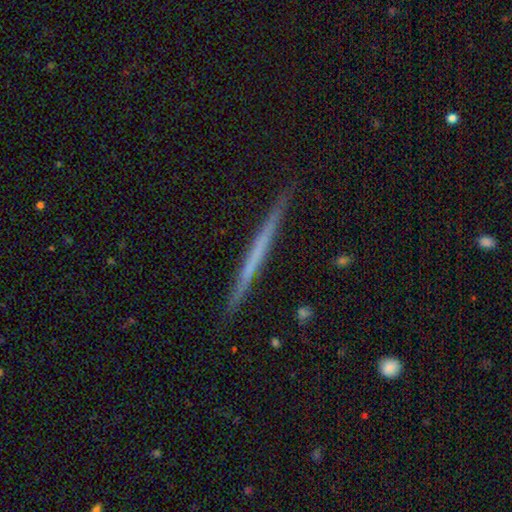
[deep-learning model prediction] Morphology: type=featured or disk (55%); edge-on=yes (98%); edge-on bulge=none (93%); merging=none (92%).